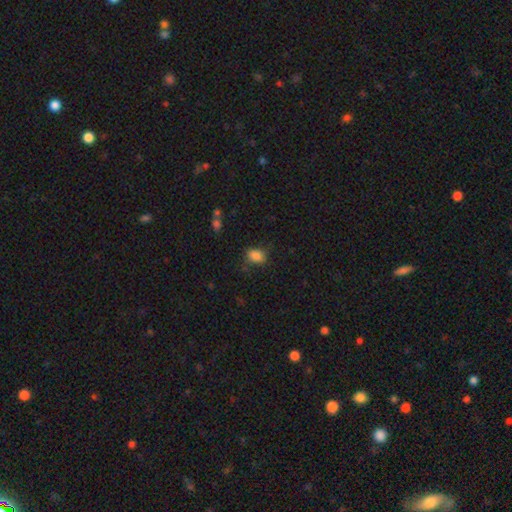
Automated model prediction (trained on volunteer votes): Smooth or featured?
  - smooth: 86% *
  - star or artifact: 10%
  - featured or disk: 5%
How rounded?
  - in between: 76% *
  - round: 22%
  - cigar-shaped: 1%
Merging?
  - none: 69% *
  - minor disturbance: 22%
  - major disturbance: 7%
  - merger: 2%